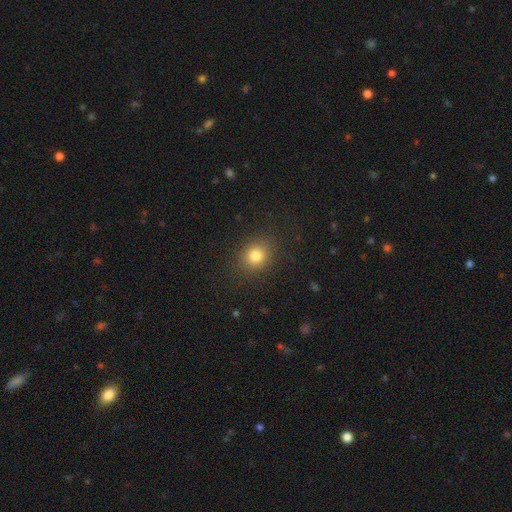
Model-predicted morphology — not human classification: This appears to be a smooth galaxy with no disk features (81%) that is round (66%). Merging: none (86%).